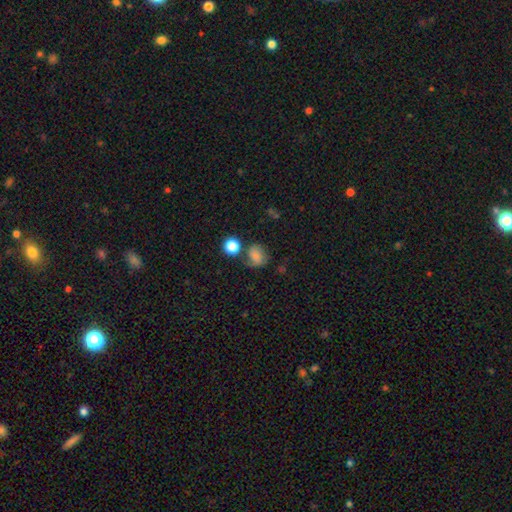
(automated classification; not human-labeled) This appears to be a smooth galaxy with no disk features (69%) that is round (62%). Merging: none (51%).